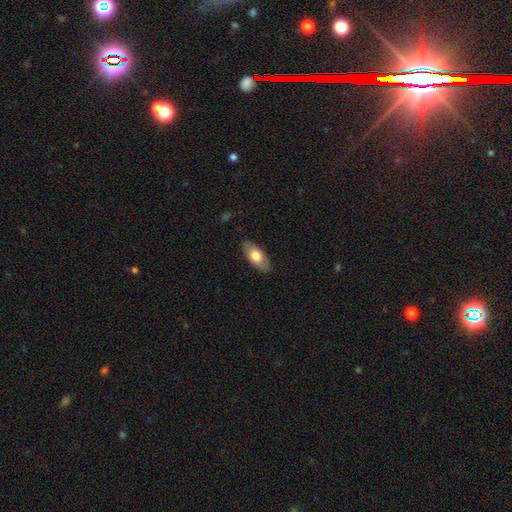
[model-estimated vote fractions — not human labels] Overall: smooth (66%; featured or disk 28%). How rounded: in between (88%). Merging: none (85%).